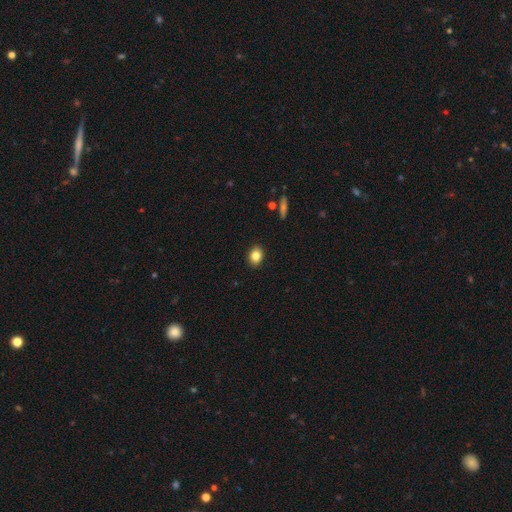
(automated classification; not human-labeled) Q: Smooth or featured?
A: smooth (84%); runner-up: star or artifact (9%)
Q: How rounded?
A: in between (63%); runner-up: round (36%)
Q: Merging?
A: none (90%); runner-up: minor disturbance (7%)